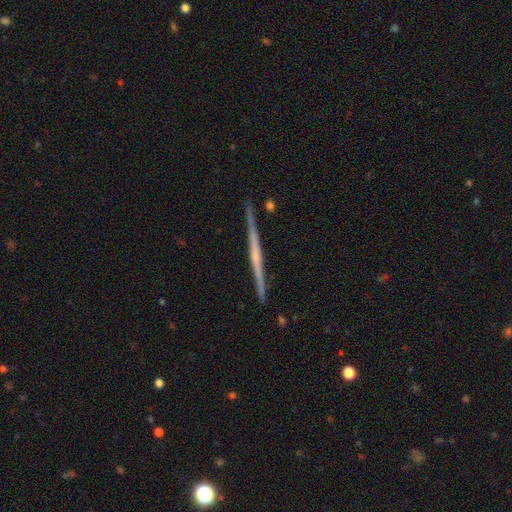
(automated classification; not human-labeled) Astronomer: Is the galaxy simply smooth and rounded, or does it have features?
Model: featured or disk — 74%.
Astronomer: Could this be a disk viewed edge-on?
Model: yes — 98%.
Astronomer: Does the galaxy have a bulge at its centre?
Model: none — 64%.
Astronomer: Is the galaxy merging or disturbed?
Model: none — 91%.